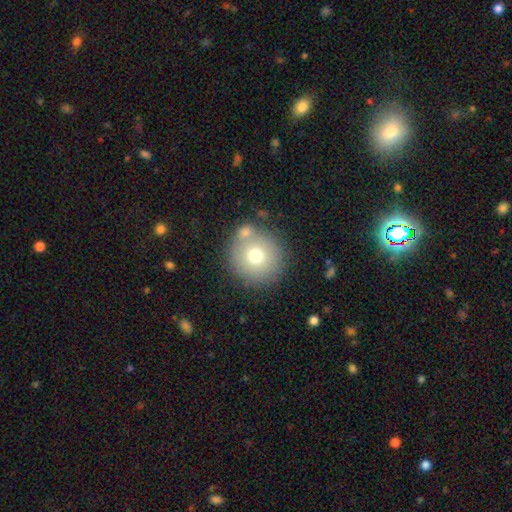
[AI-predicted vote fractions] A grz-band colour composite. It shows a smooth galaxy with no disk features (72%) that is round (94%). Merging: none (70%).